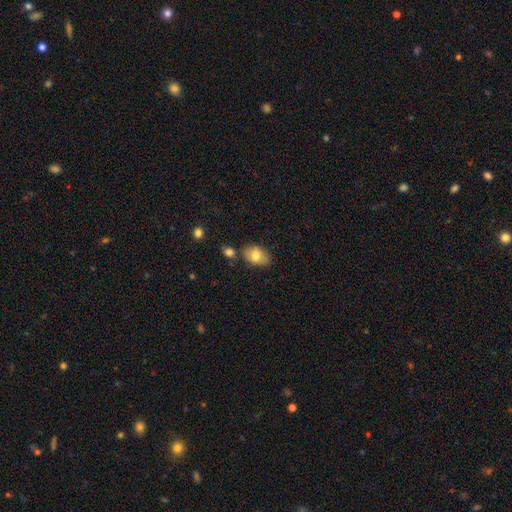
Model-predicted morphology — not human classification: Smooth or featured? Predicted: smooth (p=0.76). How rounded? Predicted: in between (p=0.84). Merging? Predicted: none (p=0.72).